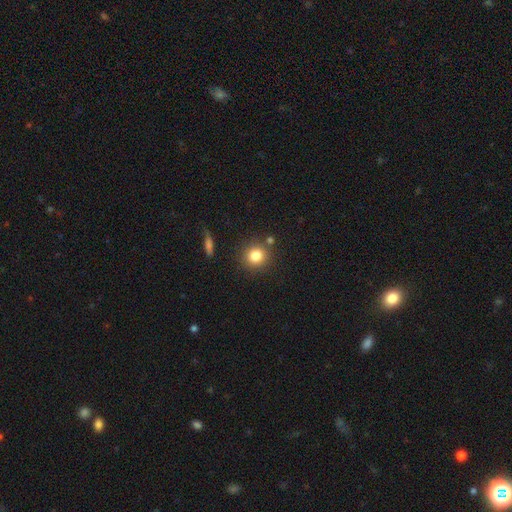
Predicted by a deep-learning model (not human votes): smooth_or_featured: smooth (p=0.82) [alt: star or artifact p=0.11]
how_rounded: round (p=0.87) [alt: in between p=0.12]
merging: none (p=0.81) [alt: minor disturbance p=0.09]